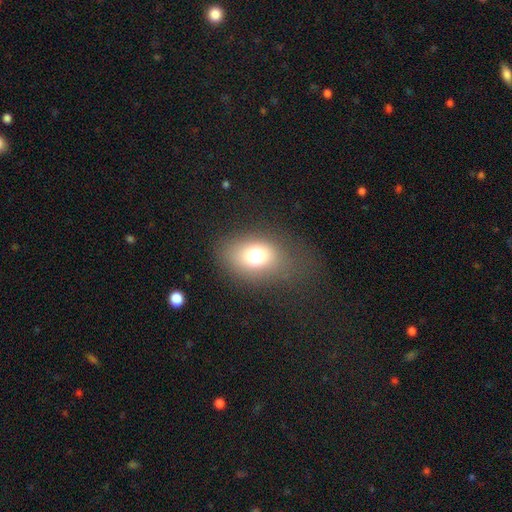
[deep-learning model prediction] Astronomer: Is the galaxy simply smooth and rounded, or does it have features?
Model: smooth — 71%.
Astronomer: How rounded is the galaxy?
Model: in between — 66%.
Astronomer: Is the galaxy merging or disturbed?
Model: none — 71%.